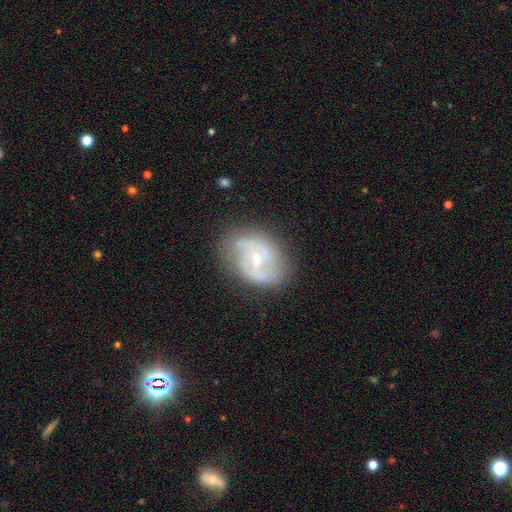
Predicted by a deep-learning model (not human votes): featured or disk 79%, smooth 14%, star or artifact 7%. Down the decision tree: edge-on disk — no (97%); bar — weak (45%); spiral arms — yes (90%); spiral arm count — 2 (69%); spiral winding — medium (47%); bulge size — small (55%); merging — none (74%).